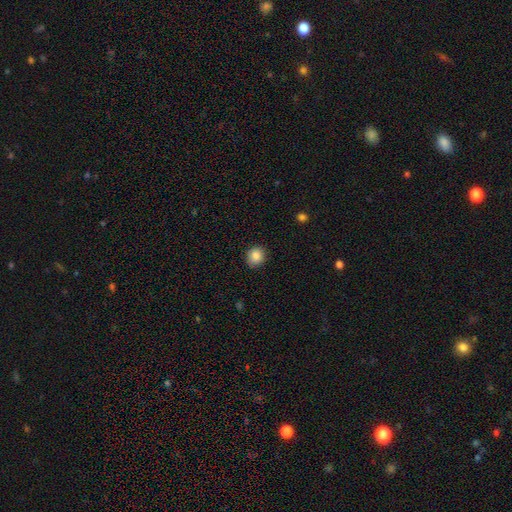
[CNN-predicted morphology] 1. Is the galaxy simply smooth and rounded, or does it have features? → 86% smooth, 9% star or artifact, 4% featured or disk.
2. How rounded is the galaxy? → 76% round, 23% in between, 1% cigar-shaped.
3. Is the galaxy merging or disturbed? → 87% none, 10% minor disturbance, 2% major disturbance, 1% merger.